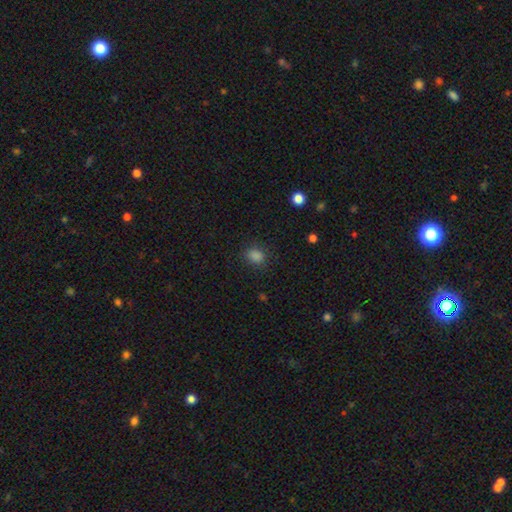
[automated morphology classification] smooth-or-featured: smooth: 83% | star or artifact: 14% | featured or disk: 3%
  how-rounded: round: 56% | in between: 43% | cigar-shaped: 1%
  merging: none: 84% | minor disturbance: 11% | major disturbance: 3% | merger: 1%